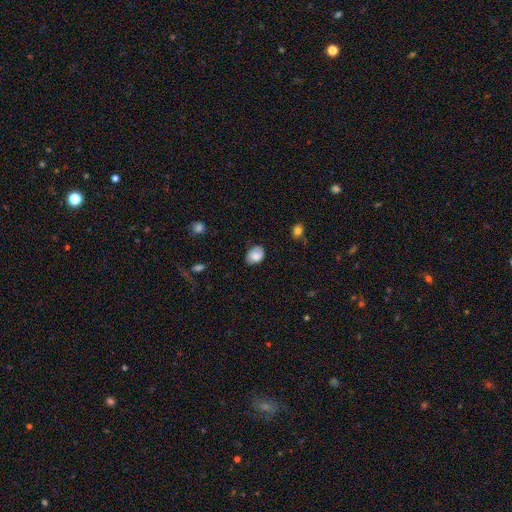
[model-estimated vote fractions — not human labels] This is clearly a smooth galaxy (81%). How rounded: likely in between (70%). Merging: likely none (69%).